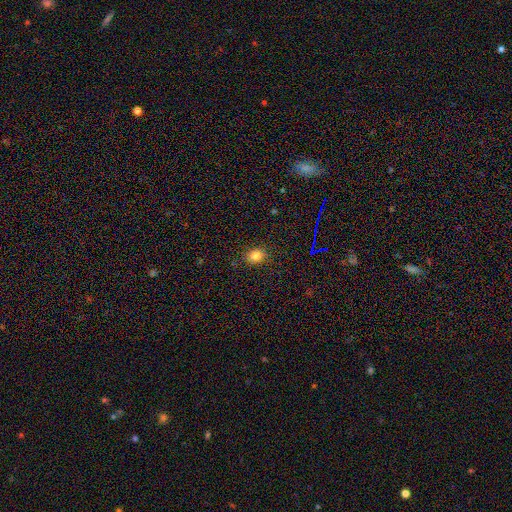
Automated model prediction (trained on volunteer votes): Smooth or featured: smooth — 81% (star or artifact — 13%)
How rounded: in between — 50% (round — 49%)
Merging: none — 86% (minor disturbance — 10%)